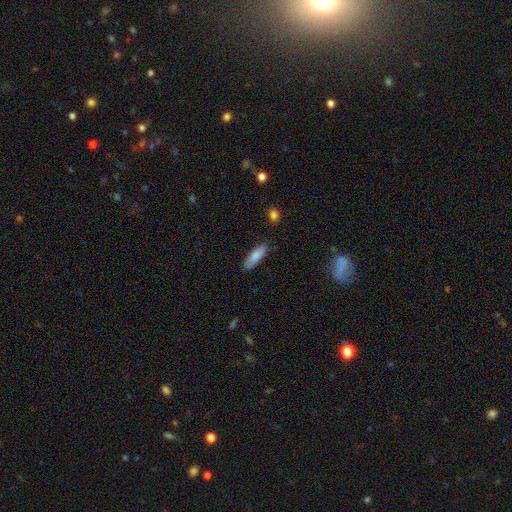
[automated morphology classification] This is clearly a smooth galaxy (83%). How rounded: possibly cigar-shaped (50%). Merging: clearly none (82%).